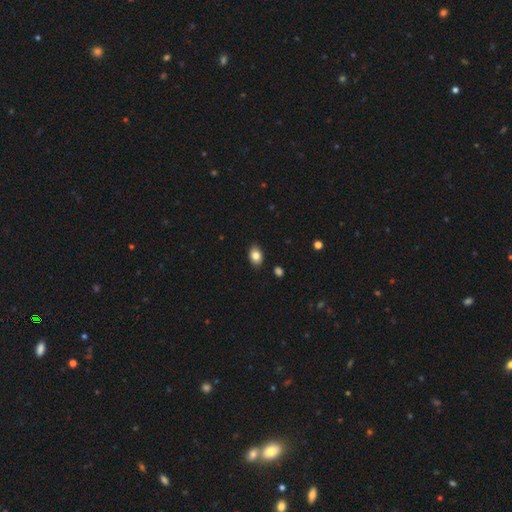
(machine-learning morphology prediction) smooth 83%, featured or disk 9%, star or artifact 8%. Down the decision tree: how rounded — in between (82%); merging — none (88%).